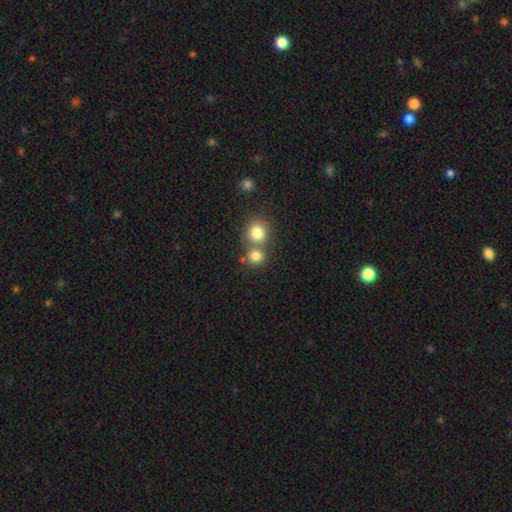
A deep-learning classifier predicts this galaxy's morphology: Smooth or featured?
  - smooth: 80% *
  - star or artifact: 12%
  - featured or disk: 7%
How rounded?
  - round: 87% *
  - in between: 12%
  - cigar-shaped: 1%
Merging?
  - none: 54% *
  - merger: 37%
  - minor disturbance: 6%
  - major disturbance: 3%